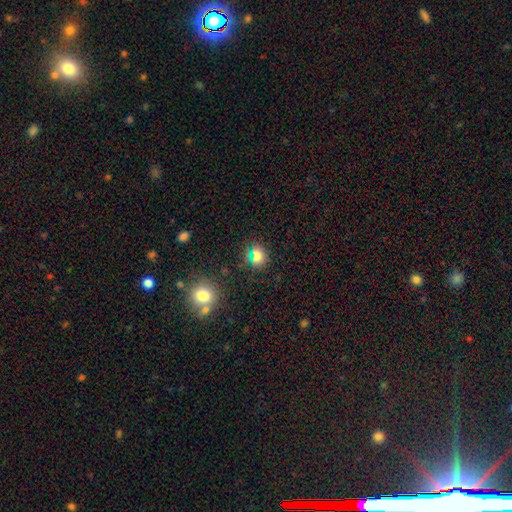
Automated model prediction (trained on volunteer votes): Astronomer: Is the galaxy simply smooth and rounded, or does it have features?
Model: smooth — 69%.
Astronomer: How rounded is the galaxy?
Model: round — 75%.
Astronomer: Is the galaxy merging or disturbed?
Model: none — 82%.